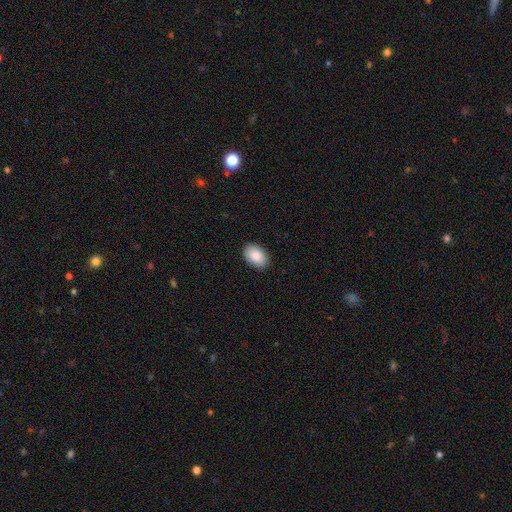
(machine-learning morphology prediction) Smooth or featured? Predicted: smooth (p=0.88). How rounded? Predicted: in between (p=0.88). Merging? Predicted: none (p=0.89).